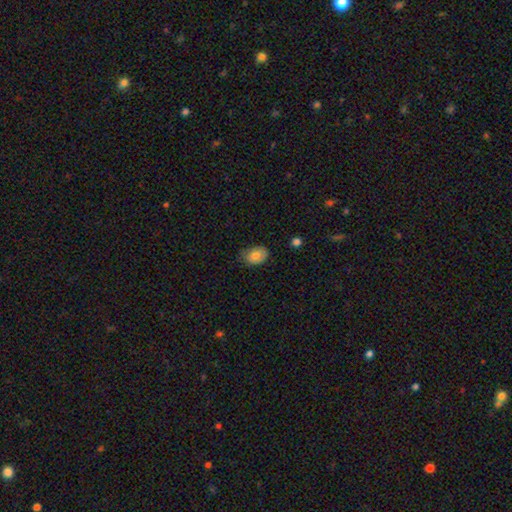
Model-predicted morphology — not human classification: smooth_or_featured: smooth (p=0.79) [alt: featured or disk p=0.14]
how_rounded: in between (p=0.79) [alt: round p=0.20]
merging: none (p=0.64) [alt: minor disturbance p=0.29]